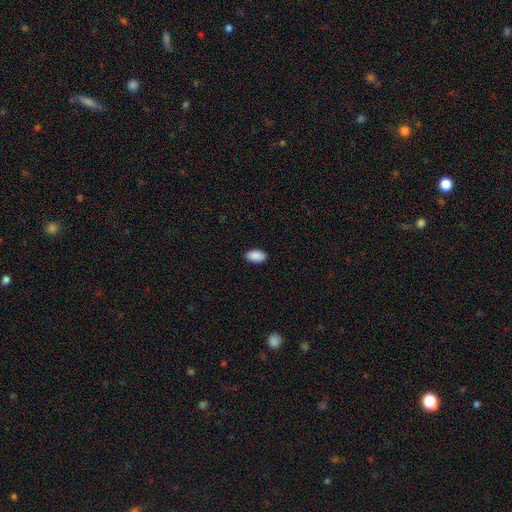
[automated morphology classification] The model was most divided on "merging": none: 89%, minor disturbance: 8%, major disturbance: 2%, merger: 1%. More confident: how rounded — in between (94%); smooth or featured — smooth (91%).